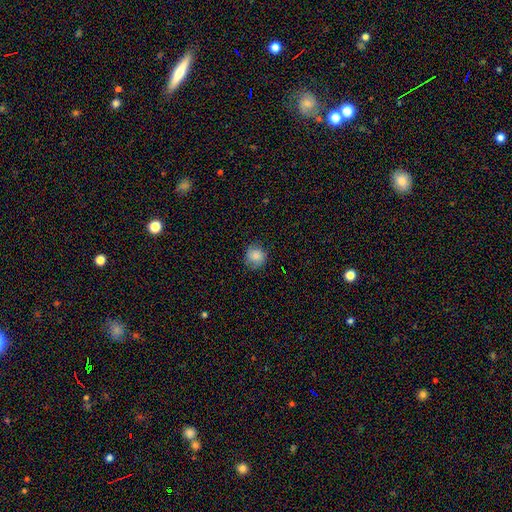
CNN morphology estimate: Smooth or featured?
  - smooth: 84% *
  - star or artifact: 9%
  - featured or disk: 7%
How rounded?
  - round: 89% *
  - in between: 10%
  - cigar-shaped: 1%
Merging?
  - none: 81% *
  - minor disturbance: 15%
  - major disturbance: 3%
  - merger: 1%